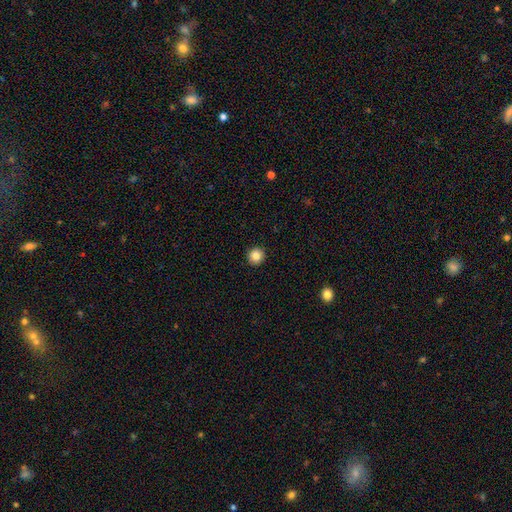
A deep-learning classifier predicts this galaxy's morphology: A smooth galaxy with no disk features (84%) that is round (95%). Merging: none (93%).